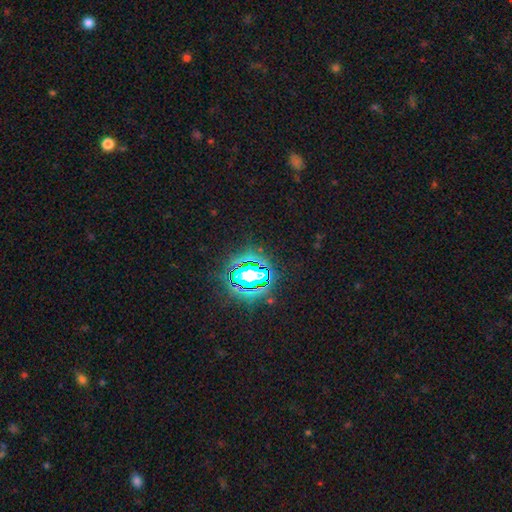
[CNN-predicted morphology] type=star or artifact (82%).